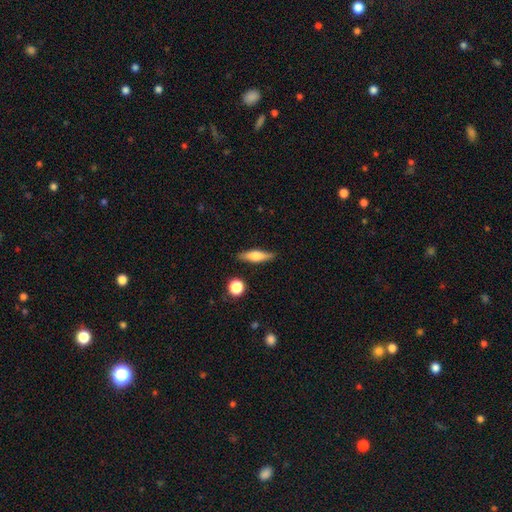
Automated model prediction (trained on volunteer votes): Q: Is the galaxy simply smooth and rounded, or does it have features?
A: smooth — 55%.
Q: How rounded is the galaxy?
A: cigar-shaped — 64%.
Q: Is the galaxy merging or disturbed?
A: none — 85%.